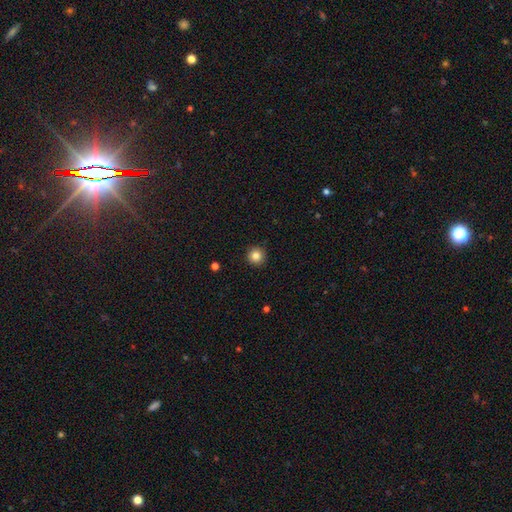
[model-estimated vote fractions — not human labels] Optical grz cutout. It shows a smooth galaxy with no disk features (85%) that is round (96%). Merging: none (92%).